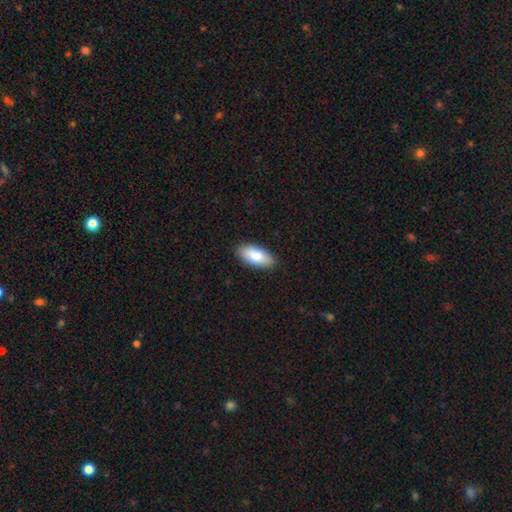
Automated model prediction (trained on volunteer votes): Smooth or featured?
  - smooth: 86% *
  - featured or disk: 9%
  - star or artifact: 6%
How rounded?
  - in between: 90% *
  - cigar-shaped: 8%
  - round: 2%
Merging?
  - none: 88% *
  - minor disturbance: 9%
  - major disturbance: 2%
  - merger: 1%